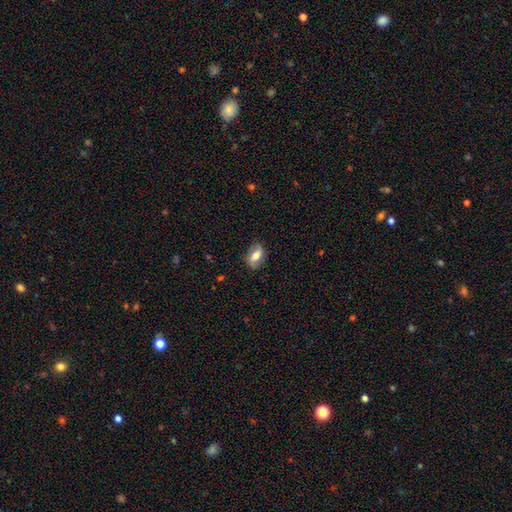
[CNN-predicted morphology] type=smooth (61%); roundness=in between (85%); merging=none (80%).